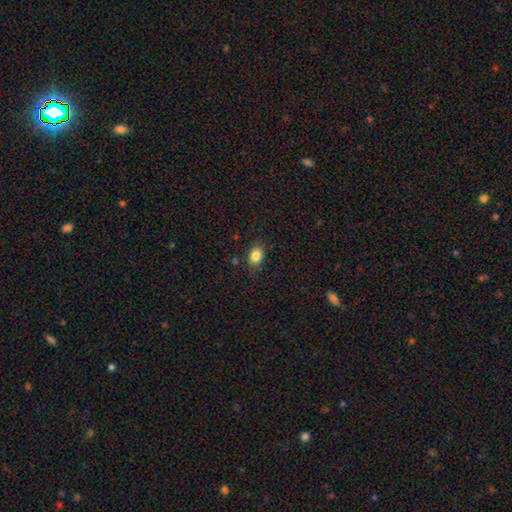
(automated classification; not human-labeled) Smooth or featured?
  - smooth: 83% *
  - star or artifact: 10%
  - featured or disk: 7%
How rounded?
  - in between: 66% *
  - round: 32%
  - cigar-shaped: 1%
Merging?
  - none: 78% *
  - minor disturbance: 17%
  - major disturbance: 4%
  - merger: 2%